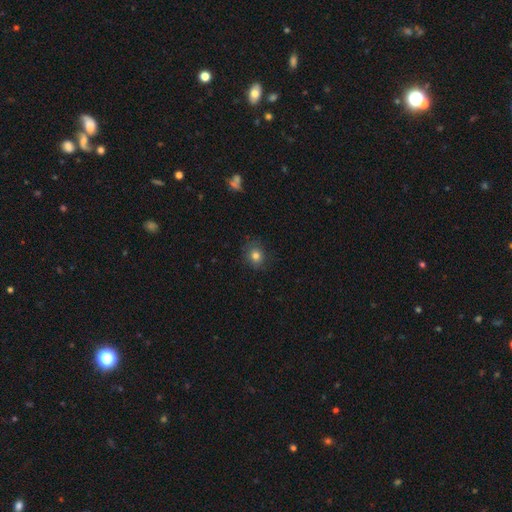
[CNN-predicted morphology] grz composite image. It shows a smooth galaxy with no disk features (79%) that is round (72%). Merging: none (81%).